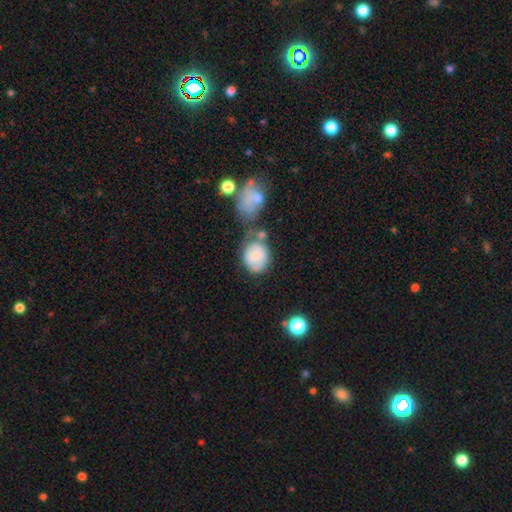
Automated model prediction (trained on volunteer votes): Morphology: type=smooth (75%); roundness=round (52%); merging=none (38%).